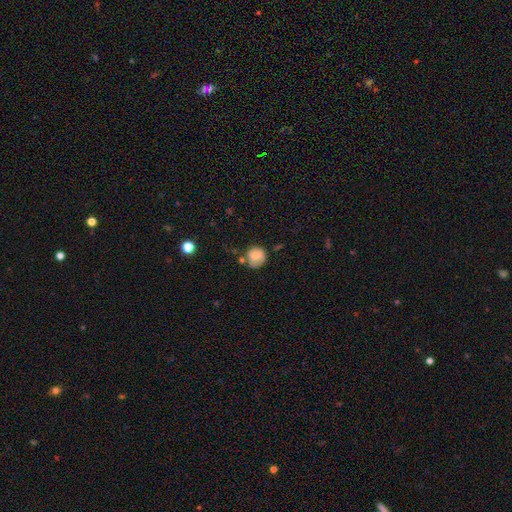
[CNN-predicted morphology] Q: Smooth or featured?
A: smooth (74%); runner-up: featured or disk (17%)
Q: How rounded?
A: round (84%); runner-up: in between (15%)
Q: Merging?
A: none (59%); runner-up: minor disturbance (24%)